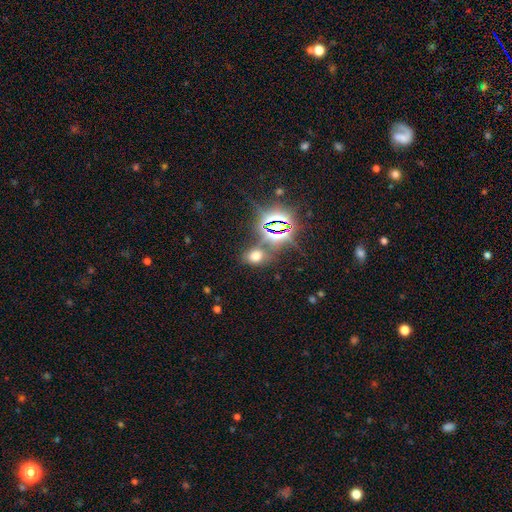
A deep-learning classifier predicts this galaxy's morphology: A smooth galaxy with no disk features (53%) that is in between round and cigar-shaped (67%).

Vote fractions:
- Smooth or featured? smooth: 53% / star or artifact: 39% / featured or disk: 8%
- How rounded? in between: 67% / round: 31% / cigar-shaped: 2%
- Merging? none: 69% / minor disturbance: 13% / merger: 12% / major disturbance: 6%